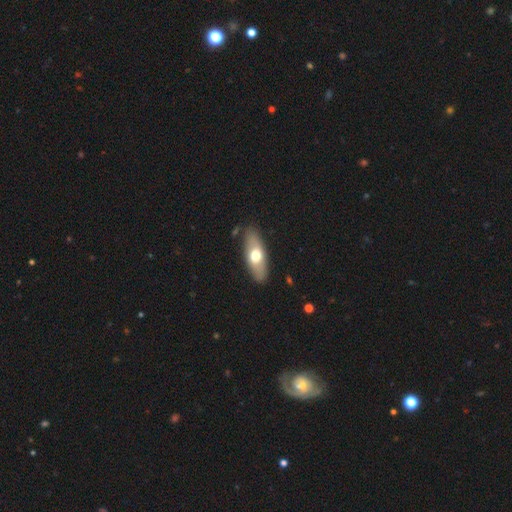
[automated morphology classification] A smooth galaxy with no disk features (57%) that is in between round and cigar-shaped (76%). Merging: none (84%).